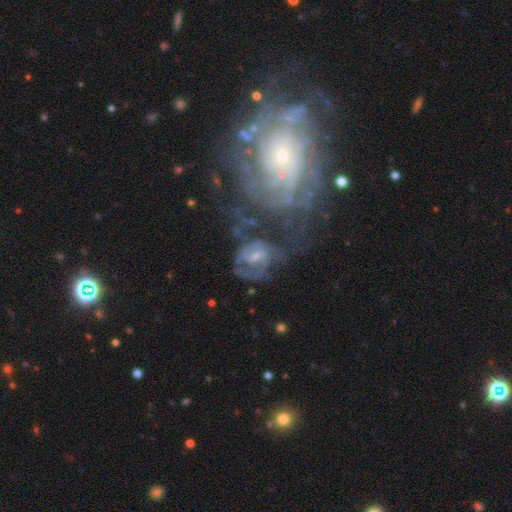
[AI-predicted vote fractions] Smooth or featured?
  - featured or disk: 76% *
  - smooth: 14%
  - star or artifact: 10%
Edge-on disk?
  - no: 97% *
  - yes: 3%
Bar?
  - no: 48% *
  - weak: 39%
  - strong: 13%
Spiral arms?
  - yes: 83% *
  - no: 17%
Spiral winding?
  - tight: 57% *
  - medium: 32%
  - loose: 11%
Spiral arm count?
  - can't tell: 47% *
  - 2: 21%
  - 3: 15%
  - 4: 7%
  - 1: 6%
  - more than 4: 5%
Bulge size?
  - small: 54% *
  - moderate: 35%
  - none: 7%
  - large: 3%
  - dominant: 1%
Merging?
  - none: 38% *
  - merger: 28%
  - major disturbance: 17%
  - minor disturbance: 16%